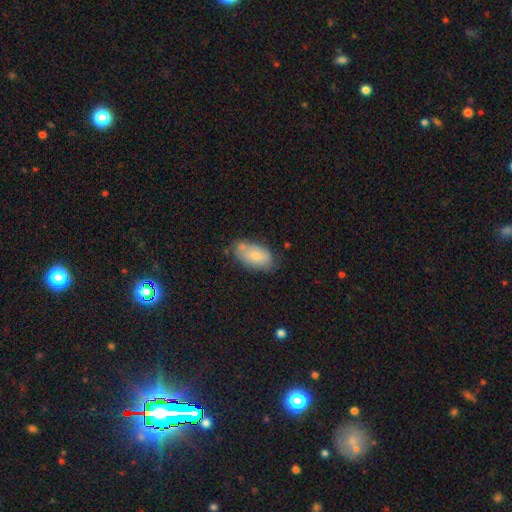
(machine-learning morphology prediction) Smooth or featured: smooth — 74% (featured or disk — 20%)
How rounded: in between — 94% (round — 4%)
Merging: none — 56% (minor disturbance — 26%)